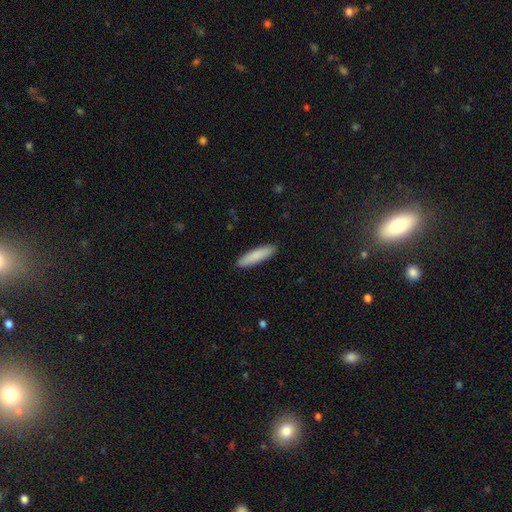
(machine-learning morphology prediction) This appears to be a smooth galaxy with no disk features (86%) that is cigar-shaped (75%). Merging: none (91%).